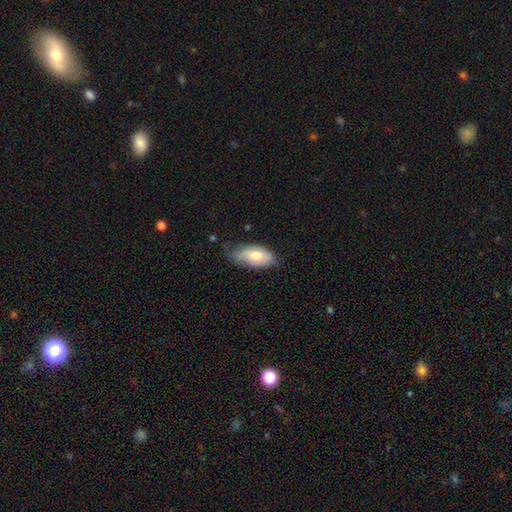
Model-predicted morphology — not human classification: smooth 74%, featured or disk 20%, star or artifact 6%. Down the decision tree: how rounded — in between (91%); merging — none (60%).